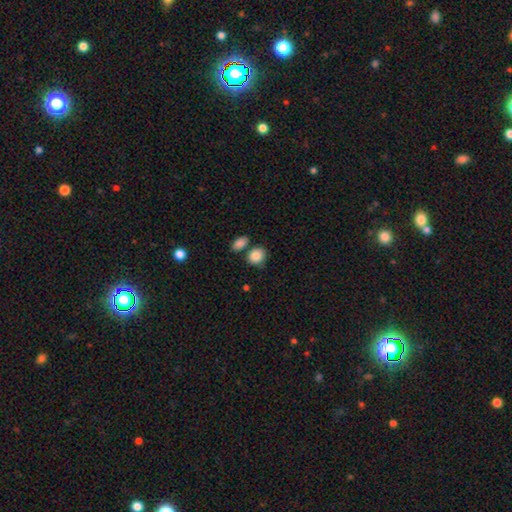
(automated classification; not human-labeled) The model was most divided on "how rounded": round: 64%, in between: 35%, cigar-shaped: 1%. More confident: smooth or featured — smooth (86%); merging — none (65%).